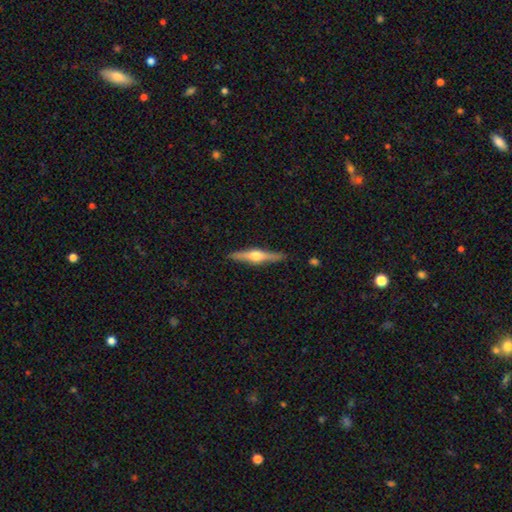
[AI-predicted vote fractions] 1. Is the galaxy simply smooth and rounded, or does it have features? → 73% featured or disk, 22% smooth, 5% star or artifact.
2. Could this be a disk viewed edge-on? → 98% yes, 2% no.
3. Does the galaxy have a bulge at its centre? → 94% rounded, 4% boxy, 2% none.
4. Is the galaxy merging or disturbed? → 90% none, 8% minor disturbance, 2% major disturbance, 1% merger.